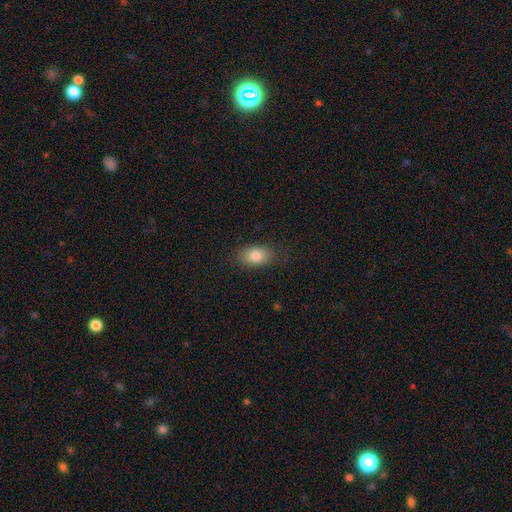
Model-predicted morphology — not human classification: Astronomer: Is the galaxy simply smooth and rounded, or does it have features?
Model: smooth — 82%.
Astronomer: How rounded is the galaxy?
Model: in between — 84%.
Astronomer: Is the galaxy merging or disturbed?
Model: none — 81%.